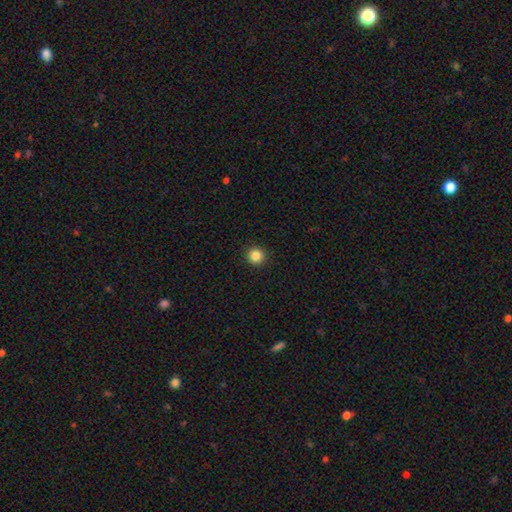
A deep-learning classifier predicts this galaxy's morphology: A smooth galaxy with no disk features (85%) that is round (95%).

Vote fractions:
- Smooth or featured? smooth: 85% / star or artifact: 11% / featured or disk: 4%
- How rounded? round: 95% / in between: 4% / cigar-shaped: 1%
- Merging? none: 93% / minor disturbance: 4% / major disturbance: 2% / merger: 1%